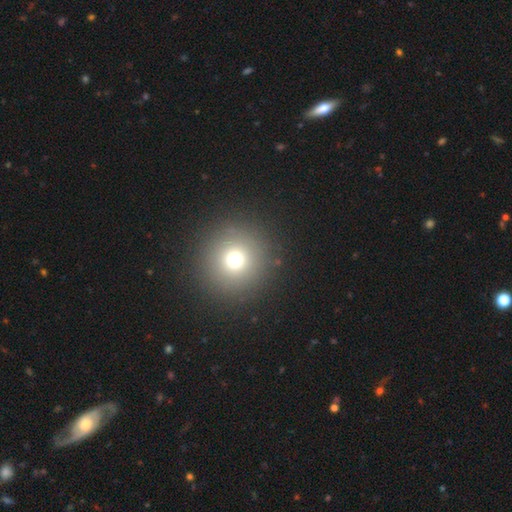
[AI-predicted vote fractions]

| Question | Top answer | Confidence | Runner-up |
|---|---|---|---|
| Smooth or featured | smooth | 69% | star or artifact (22%) |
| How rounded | round | 95% | in between (4%) |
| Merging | none | 92% | minor disturbance (4%) |